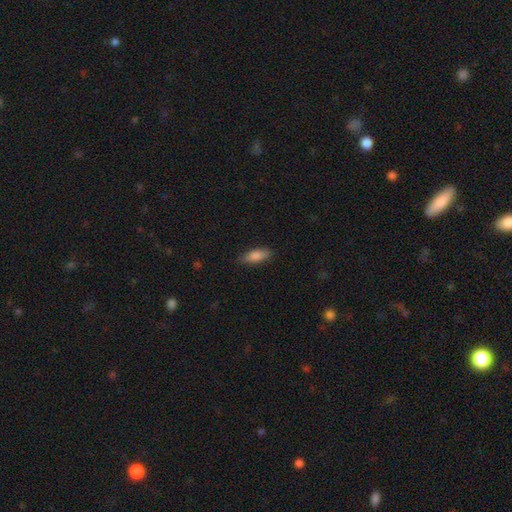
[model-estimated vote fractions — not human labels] smooth_or_featured: smooth (p=0.83) [alt: featured or disk p=0.11]
how_rounded: in between (p=0.63) [alt: cigar-shaped p=0.35]
merging: none (p=0.85) [alt: minor disturbance p=0.12]